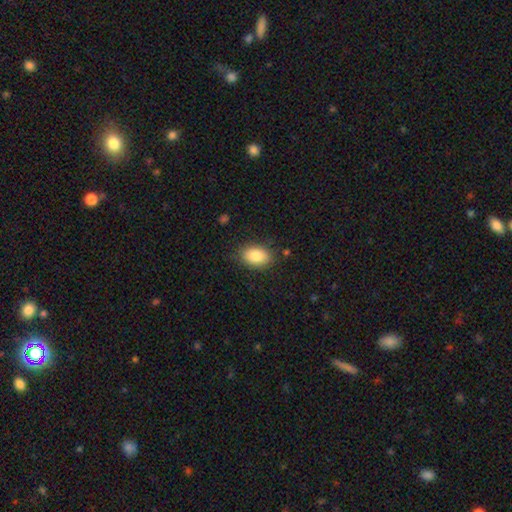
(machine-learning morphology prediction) This is clearly a smooth galaxy (86%). How rounded: clearly in between (86%). Merging: clearly none (84%).